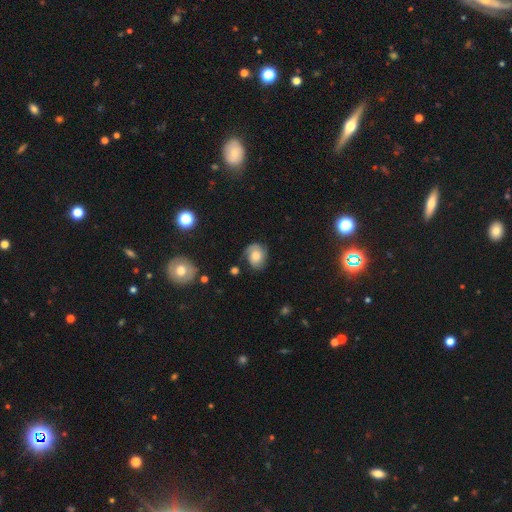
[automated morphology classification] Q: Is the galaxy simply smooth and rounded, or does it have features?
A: featured or disk — 46%.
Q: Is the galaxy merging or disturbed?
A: none — 67%.